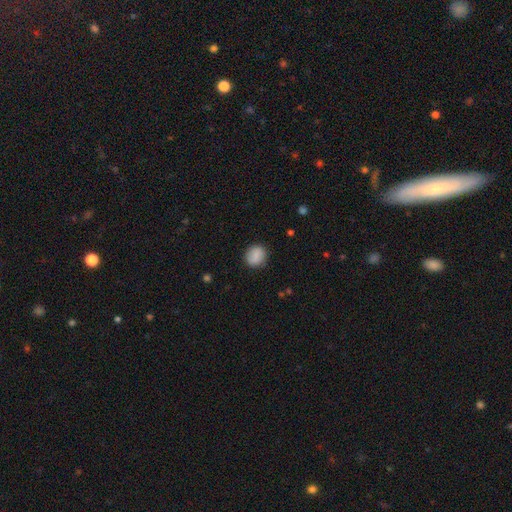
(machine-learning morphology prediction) smooth 83%, featured or disk 10%, star or artifact 7%. Down the decision tree: how rounded — round (78%); merging — none (86%).